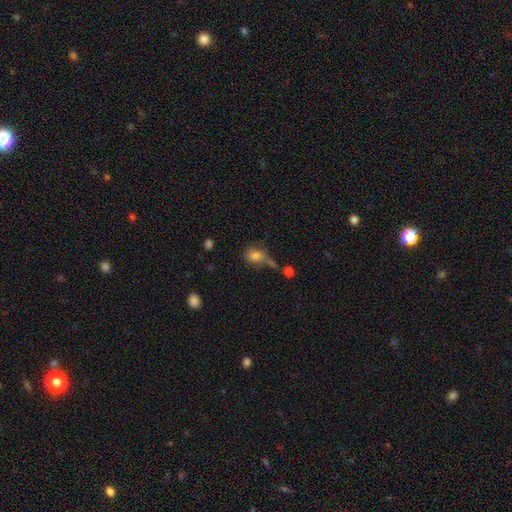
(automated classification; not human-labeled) Q: Smooth or featured?
A: smooth (76%); runner-up: featured or disk (12%)
Q: How rounded?
A: in between (60%); runner-up: round (37%)
Q: Merging?
A: none (42%); runner-up: merger (22%)